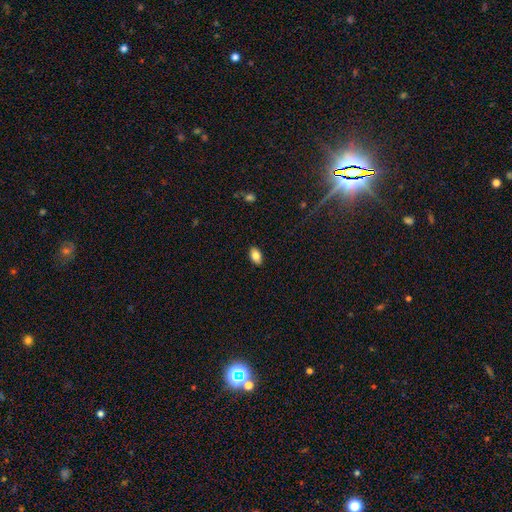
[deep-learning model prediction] A smooth galaxy with no disk features (83%) that is in between round and cigar-shaped (91%).

Vote fractions:
- Smooth or featured? smooth: 83% / featured or disk: 9% / star or artifact: 8%
- How rounded? in between: 91% / round: 7% / cigar-shaped: 2%
- Merging? none: 89% / minor disturbance: 8% / major disturbance: 2% / merger: 1%